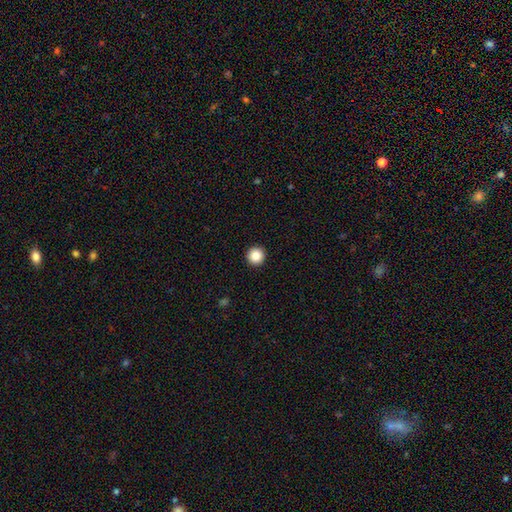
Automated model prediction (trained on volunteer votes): smooth-or-featured: smooth: 87% | star or artifact: 10% | featured or disk: 4%
  how-rounded: round: 96% | in between: 3% | cigar-shaped: 1%
  merging: none: 94% | minor disturbance: 4% | major disturbance: 1% | merger: 1%